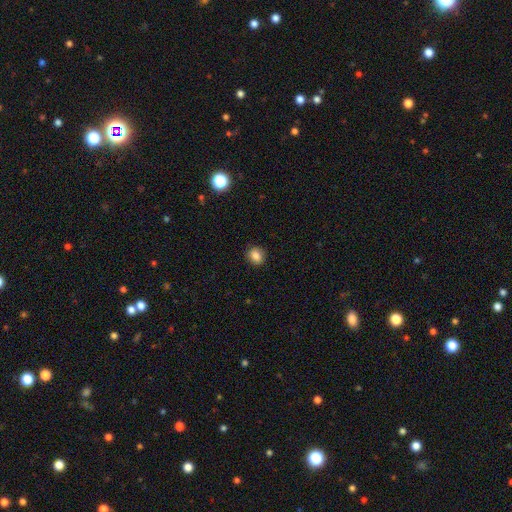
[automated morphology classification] Q: Smooth or featured?
A: smooth (84%); runner-up: star or artifact (10%)
Q: How rounded?
A: round (75%); runner-up: in between (24%)
Q: Merging?
A: none (89%); runner-up: minor disturbance (8%)